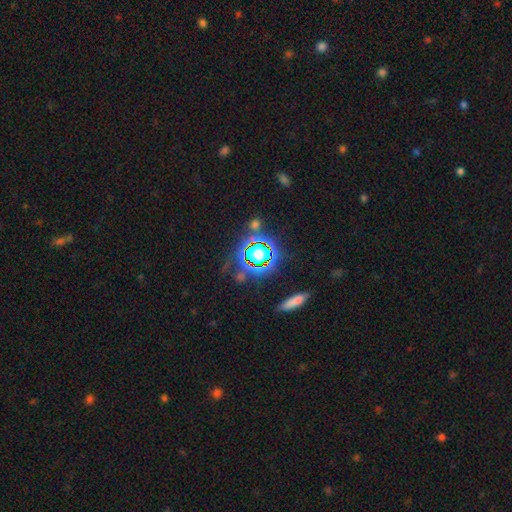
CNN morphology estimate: smooth_or_featured: star or artifact (p=0.77) [alt: smooth p=0.14]